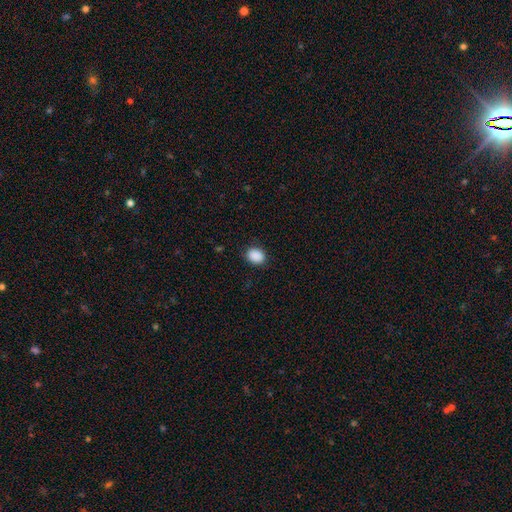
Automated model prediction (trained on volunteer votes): This appears to be a smooth galaxy with no disk features (90%) that is in between round and cigar-shaped (57%). Merging: none (88%).